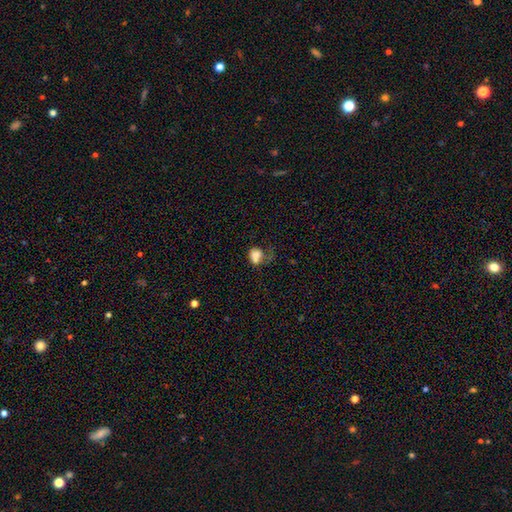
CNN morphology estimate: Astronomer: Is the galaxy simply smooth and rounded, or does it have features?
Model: smooth — 72%.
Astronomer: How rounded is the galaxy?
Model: in between — 54% (runner-up: round, 45%).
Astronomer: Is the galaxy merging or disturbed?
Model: major disturbance — 36% (runner-up: none, 24%).